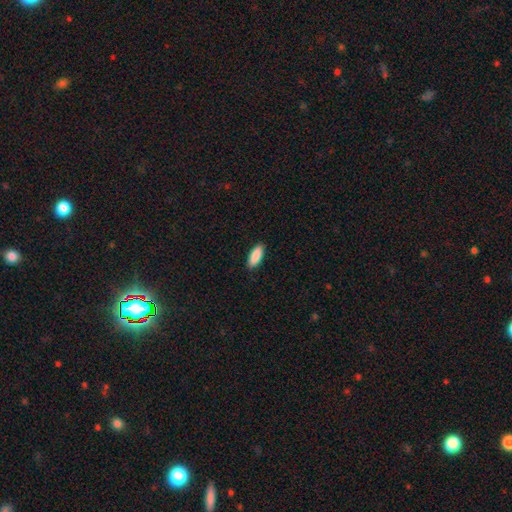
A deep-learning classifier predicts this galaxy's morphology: Q: Smooth or featured?
A: smooth (90%); runner-up: star or artifact (6%)
Q: How rounded?
A: in between (71%); runner-up: cigar-shaped (27%)
Q: Merging?
A: none (89%); runner-up: minor disturbance (8%)